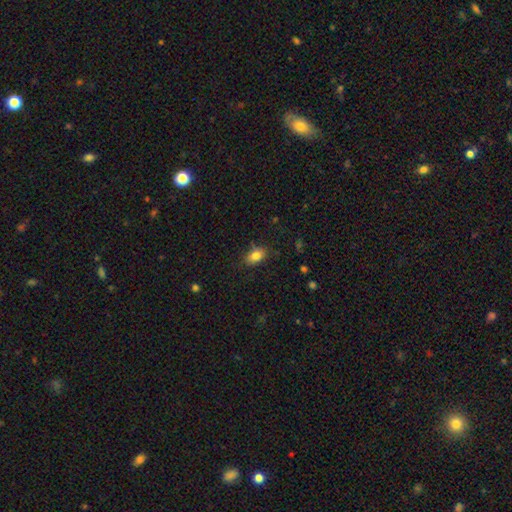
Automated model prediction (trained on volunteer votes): Smooth or featured? smooth (83%)
How rounded? in between (86%)
Merging? none (80%)